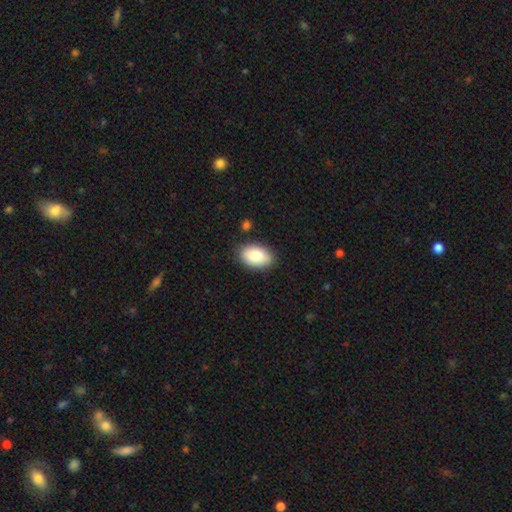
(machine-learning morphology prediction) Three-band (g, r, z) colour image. It shows a smooth galaxy with no disk features (88%) that is in between round and cigar-shaped (92%). Merging: none (84%).